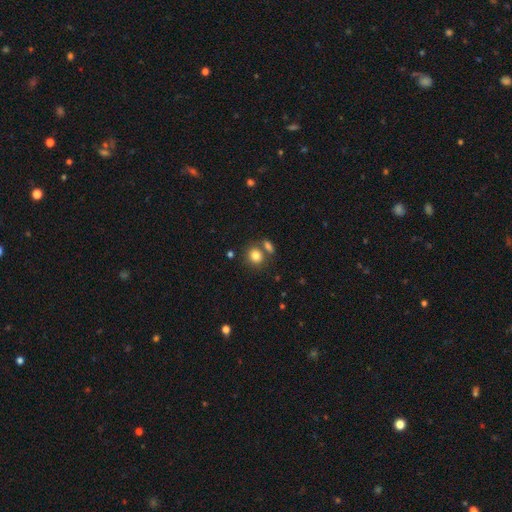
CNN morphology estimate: Overall: smooth (82%). How rounded: round (73%). Merging: none (63%; merger 23%).